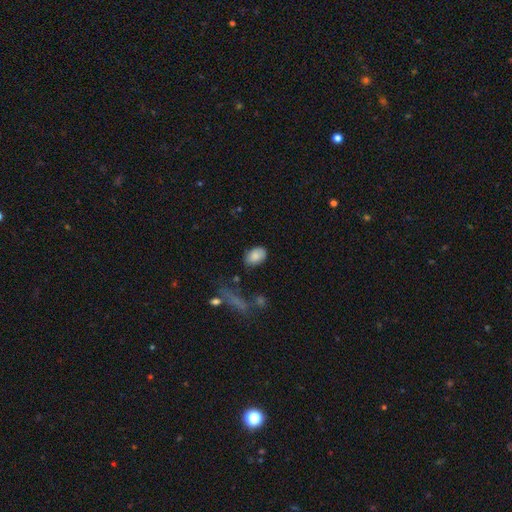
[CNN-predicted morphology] smooth_or_featured: smooth (p=0.84) [alt: featured or disk p=0.08]
how_rounded: in between (p=0.89) [alt: round p=0.10]
merging: none (p=0.78) [alt: minor disturbance p=0.16]